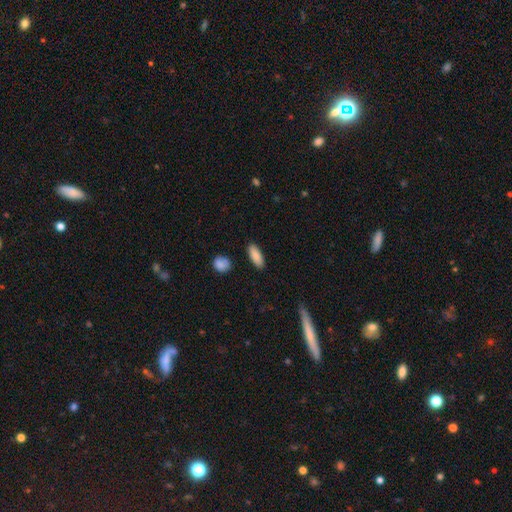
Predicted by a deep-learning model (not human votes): The model was most divided on "how rounded": in between: 71%, cigar-shaped: 26%, round: 2%. More confident: smooth or featured — smooth (88%); merging — none (88%).